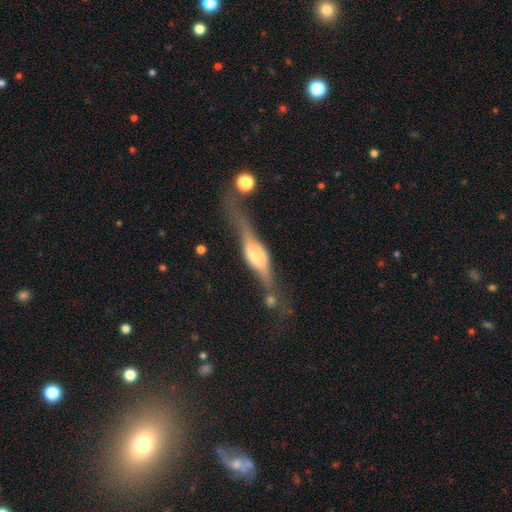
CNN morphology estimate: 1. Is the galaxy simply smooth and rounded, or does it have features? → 74% featured or disk, 20% smooth, 6% star or artifact.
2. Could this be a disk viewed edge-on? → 90% yes, 10% no.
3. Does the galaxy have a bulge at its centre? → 76% rounded, 20% boxy, 4% none.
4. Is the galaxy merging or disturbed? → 49% none, 22% minor disturbance, 18% major disturbance, 10% merger.